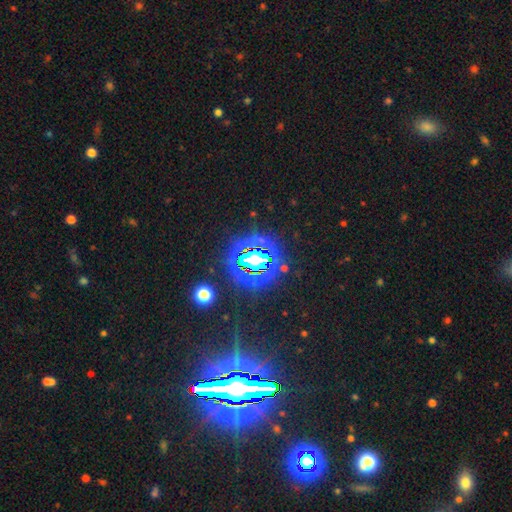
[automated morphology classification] star or artifact 83%, smooth 8%, featured or disk 8%.